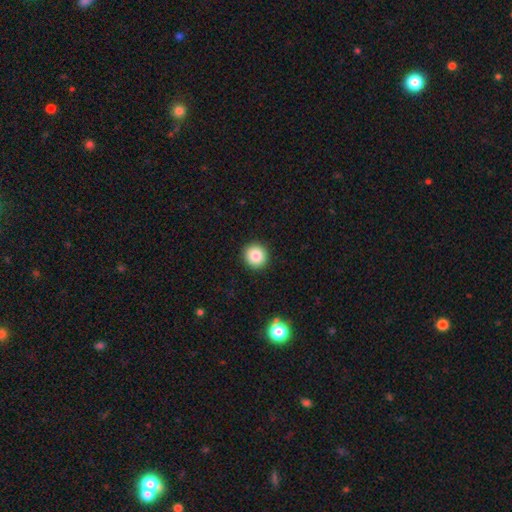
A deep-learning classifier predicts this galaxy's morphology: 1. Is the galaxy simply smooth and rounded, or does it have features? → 85% smooth, 10% star or artifact, 5% featured or disk.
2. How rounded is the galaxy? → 93% round, 6% in between, 1% cigar-shaped.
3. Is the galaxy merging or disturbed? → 92% none, 5% minor disturbance, 2% major disturbance, 1% merger.